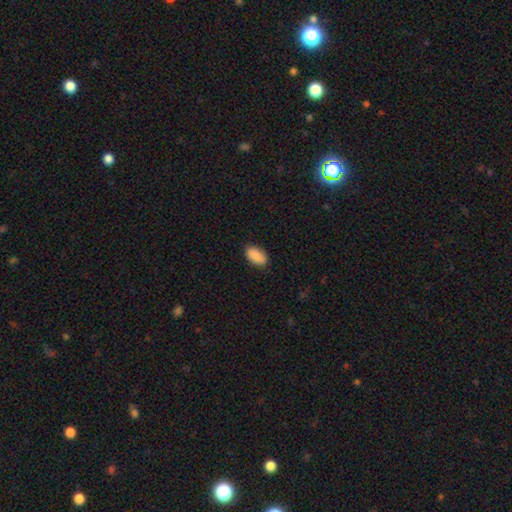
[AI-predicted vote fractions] Smooth or featured? Predicted: smooth (p=0.89). How rounded? Predicted: in between (p=0.94). Merging? Predicted: none (p=0.86).